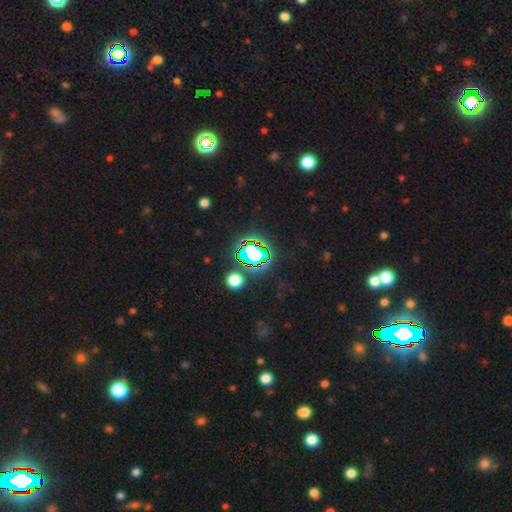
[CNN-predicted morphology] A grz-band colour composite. It shows a star or artifact, not a galaxy (67%).